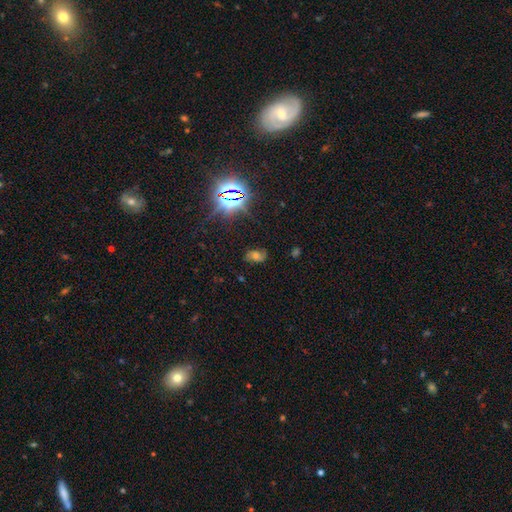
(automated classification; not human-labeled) The model was most divided on "smooth or featured": star or artifact: 47%, smooth: 31%, featured or disk: 21%.